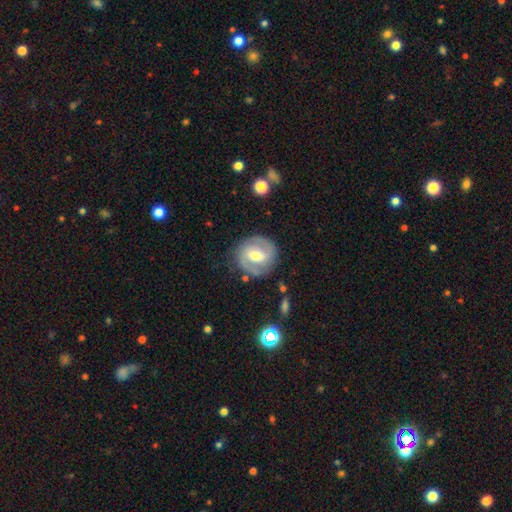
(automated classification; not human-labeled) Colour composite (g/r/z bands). It shows a featured or disk galaxy (76%) with a weak bar (47%), 2 (87%) tight (44%) spiral arms (87%) and a moderate central bulge (66%). Merging: none (83%).